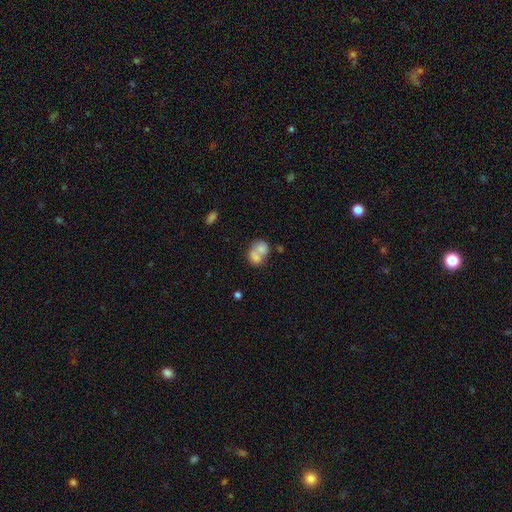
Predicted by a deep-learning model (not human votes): smooth 65%, featured or disk 25%, star or artifact 9%. Down the decision tree: how rounded — in between (53%); merging — merger (65%).